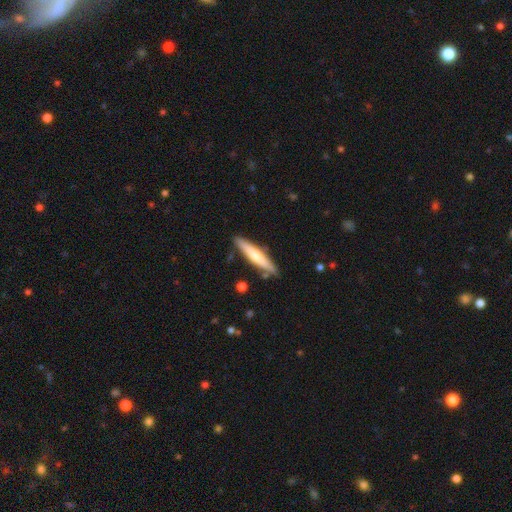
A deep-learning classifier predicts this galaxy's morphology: smooth 59%, featured or disk 36%, star or artifact 5%. Down the decision tree: how rounded — cigar-shaped (89%); merging — none (84%).